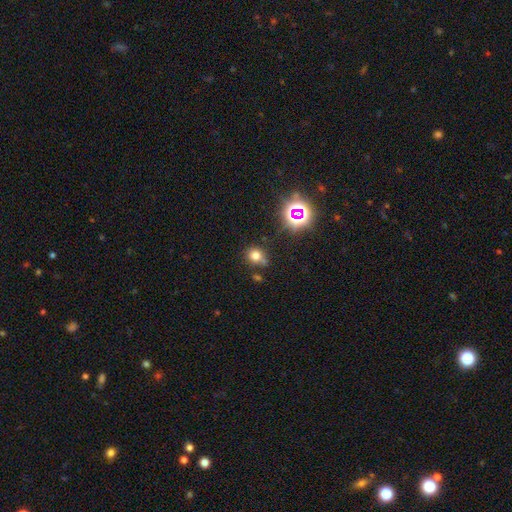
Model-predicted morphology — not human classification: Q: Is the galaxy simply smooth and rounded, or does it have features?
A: smooth — 70%.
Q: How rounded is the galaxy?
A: round — 75%.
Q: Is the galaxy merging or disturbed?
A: none — 63%.